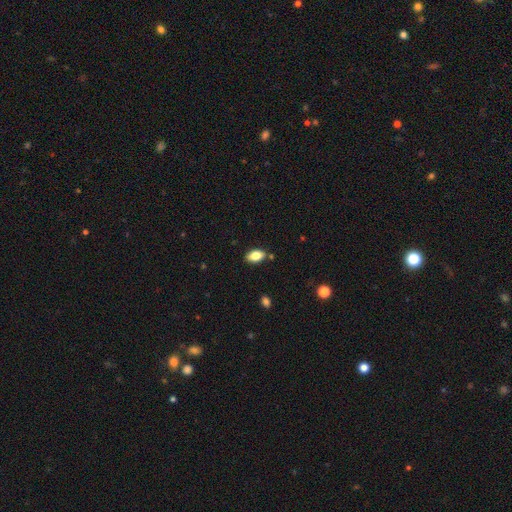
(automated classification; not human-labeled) smooth_or_featured: smooth (p=0.83) [alt: featured or disk p=0.09]
how_rounded: in between (p=0.92) [alt: round p=0.05]
merging: none (p=0.83) [alt: minor disturbance p=0.12]